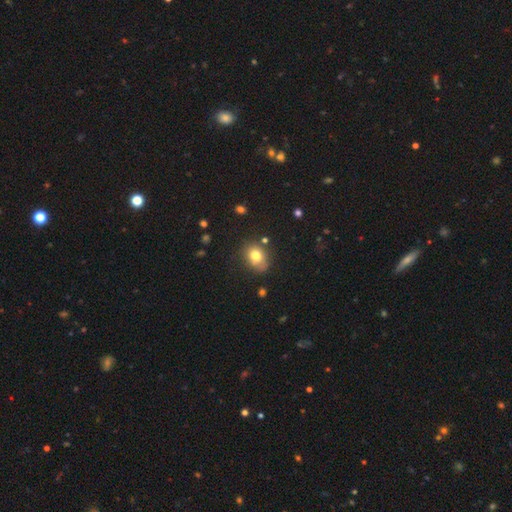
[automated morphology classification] type=smooth (77%); roundness=in between (58%); merging=none (66%).